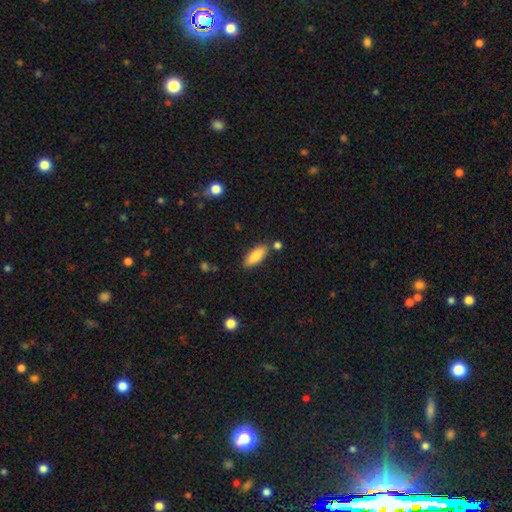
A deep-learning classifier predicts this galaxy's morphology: smooth_or_featured: smooth (p=0.83) [alt: featured or disk p=0.10]
how_rounded: in between (p=0.73) [alt: cigar-shaped p=0.25]
merging: none (p=0.79) [alt: minor disturbance p=0.12]